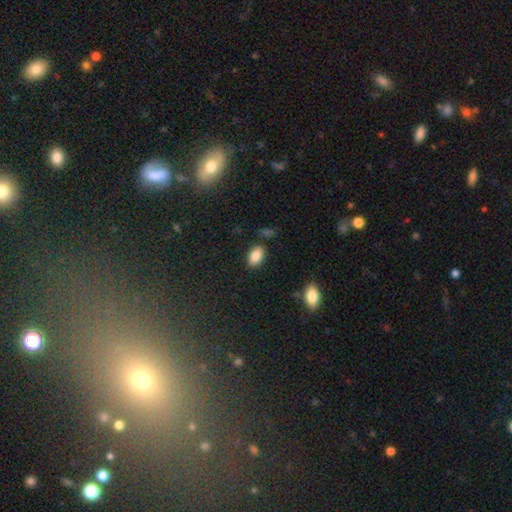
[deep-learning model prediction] smooth_or_featured: smooth (p=0.87) [alt: star or artifact p=0.08]
how_rounded: in between (p=0.92) [alt: round p=0.06]
merging: none (p=0.83) [alt: minor disturbance p=0.11]